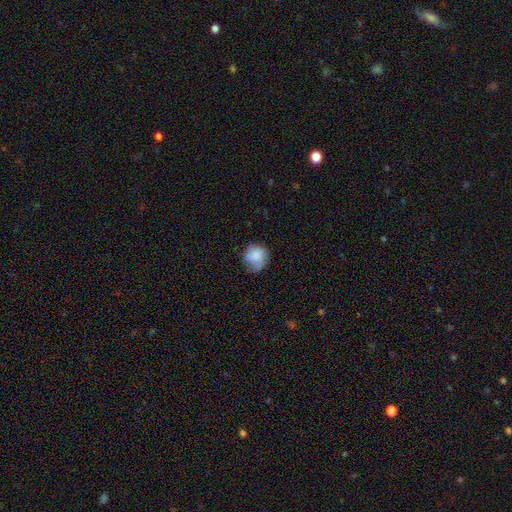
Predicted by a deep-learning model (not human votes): Smooth or featured? Predicted: smooth (p=0.81). How rounded? Predicted: round (p=0.84). Merging? Predicted: none (p=0.56).